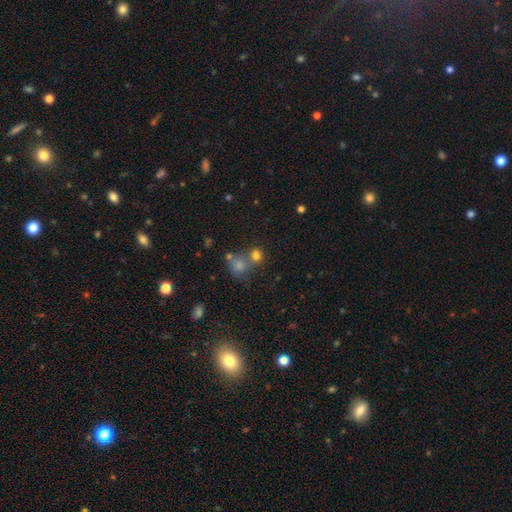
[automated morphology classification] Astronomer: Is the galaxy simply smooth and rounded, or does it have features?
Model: smooth — 75%.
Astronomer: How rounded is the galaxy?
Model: round — 73%.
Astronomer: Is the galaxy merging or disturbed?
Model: none — 47% (runner-up: merger, 39%).